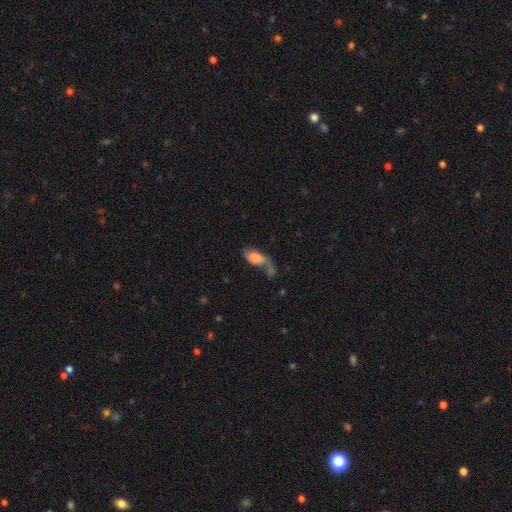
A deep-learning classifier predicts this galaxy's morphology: This is possibly a featured or disk galaxy (49%). Merging: marginally major disturbance (41%).